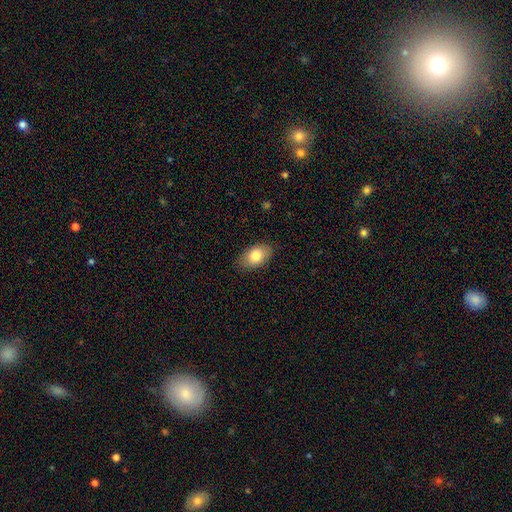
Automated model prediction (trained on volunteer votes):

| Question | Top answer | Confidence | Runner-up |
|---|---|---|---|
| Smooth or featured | smooth | 81% | featured or disk (12%) |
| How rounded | in between | 90% | round (8%) |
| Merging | none | 84% | minor disturbance (13%) |